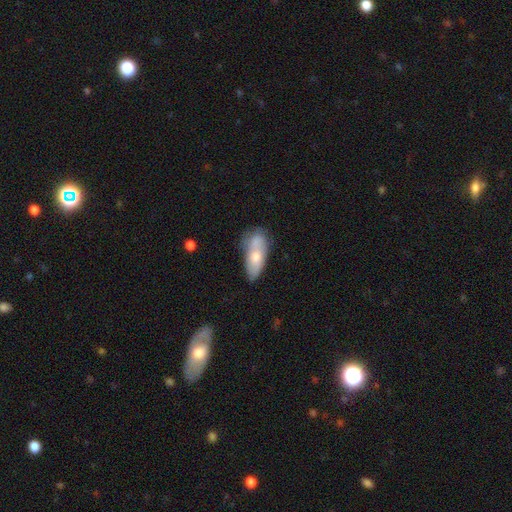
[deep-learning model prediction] The model was most divided on "merging": none: 46%, minor disturbance: 26%, merger: 19%, major disturbance: 9%. More confident: how rounded — in between (79%); smooth or featured — smooth (63%).